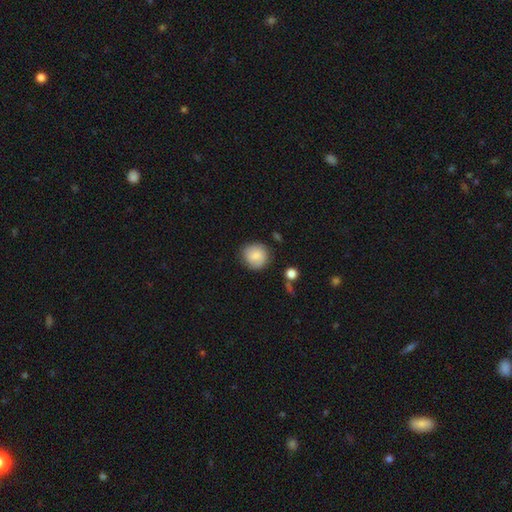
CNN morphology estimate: smooth-or-featured: smooth: 81% | featured or disk: 11% | star or artifact: 7%
  how-rounded: round: 89% | in between: 10% | cigar-shaped: 1%
  merging: none: 80% | minor disturbance: 14% | major disturbance: 4% | merger: 2%